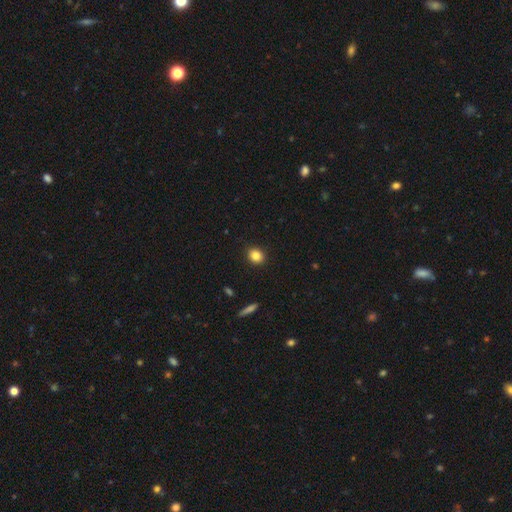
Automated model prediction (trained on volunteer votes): smooth 85%, star or artifact 10%, featured or disk 5%. Down the decision tree: how rounded — round (71%); merging — none (91%).